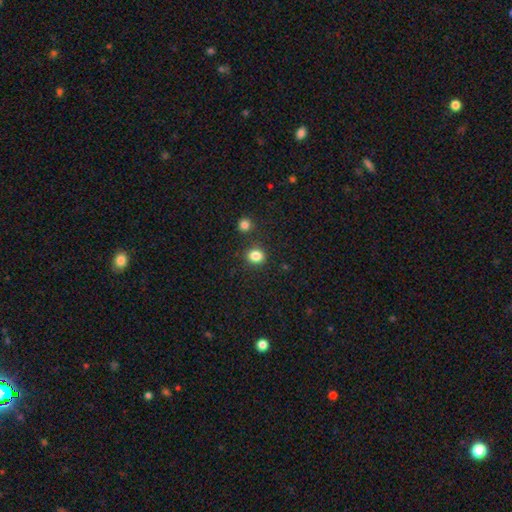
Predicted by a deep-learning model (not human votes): smooth 84%, star or artifact 11%, featured or disk 4%. Down the decision tree: how rounded — round (70%); merging — none (83%).